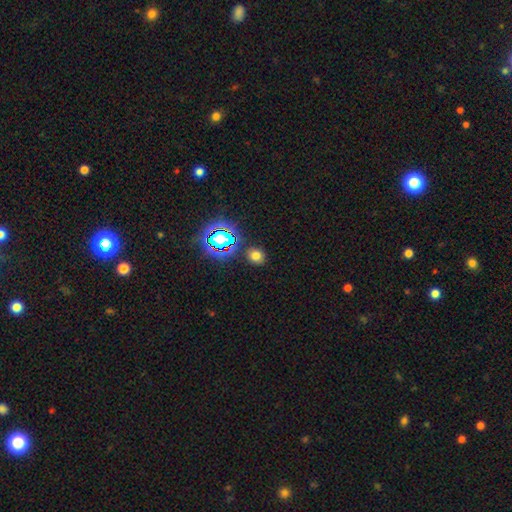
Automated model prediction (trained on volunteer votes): smooth 68%, star or artifact 24%, featured or disk 8%. Down the decision tree: how rounded — round (72%); merging — none (86%).